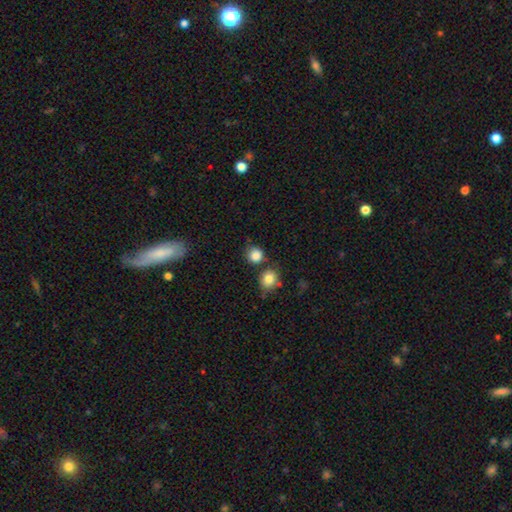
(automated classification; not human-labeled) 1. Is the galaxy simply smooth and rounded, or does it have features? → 85% smooth, 10% star or artifact, 5% featured or disk.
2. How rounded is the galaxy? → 89% round, 10% in between, 1% cigar-shaped.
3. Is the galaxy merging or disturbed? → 72% none, 14% merger, 11% minor disturbance, 4% major disturbance.